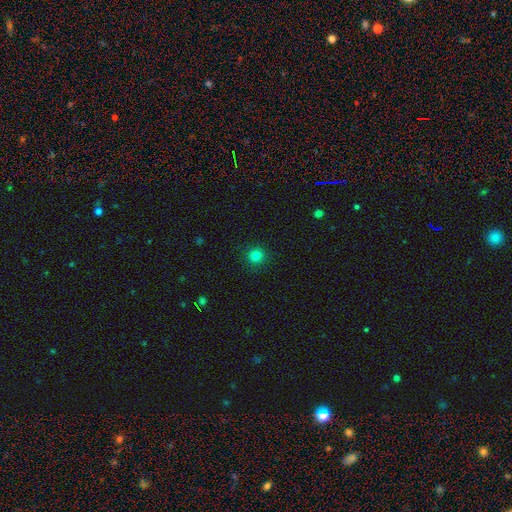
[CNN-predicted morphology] A smooth galaxy with no disk features (81%) that is round (95%).

Vote fractions:
- Smooth or featured? smooth: 81% / star or artifact: 14% / featured or disk: 5%
- How rounded? round: 95% / in between: 5% / cigar-shaped: 1%
- Merging? none: 92% / minor disturbance: 5% / major disturbance: 2% / merger: 1%